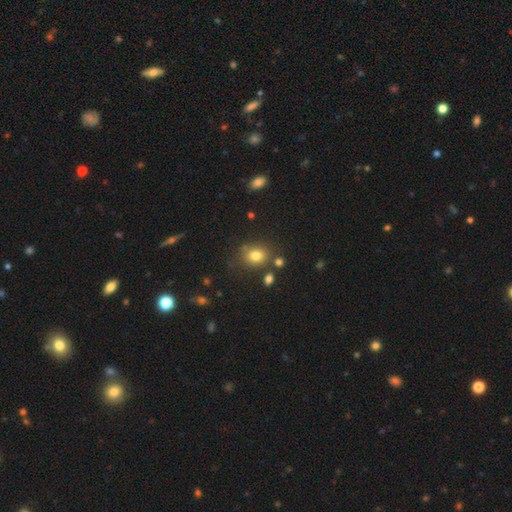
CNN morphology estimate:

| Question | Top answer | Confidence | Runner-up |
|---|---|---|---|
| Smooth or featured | smooth | 78% | star or artifact (13%) |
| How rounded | round | 55% | in between (44%) |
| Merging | none | 74% | minor disturbance (13%) |